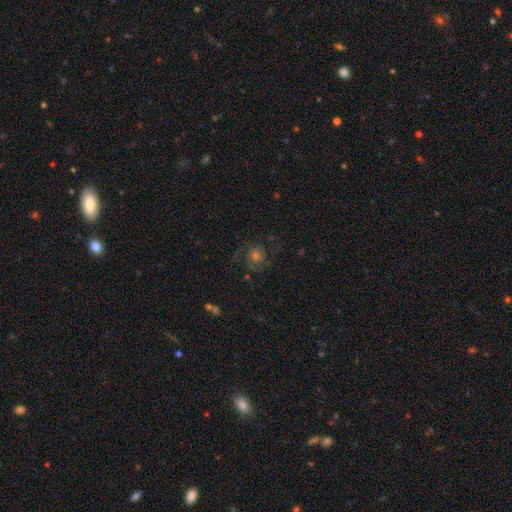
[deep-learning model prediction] A featured or disk galaxy (67%) with no bar (75%), 2 (64%) medium (48%) spiral arms (92%) and a moderate central bulge (54%). Merging: none (72%).